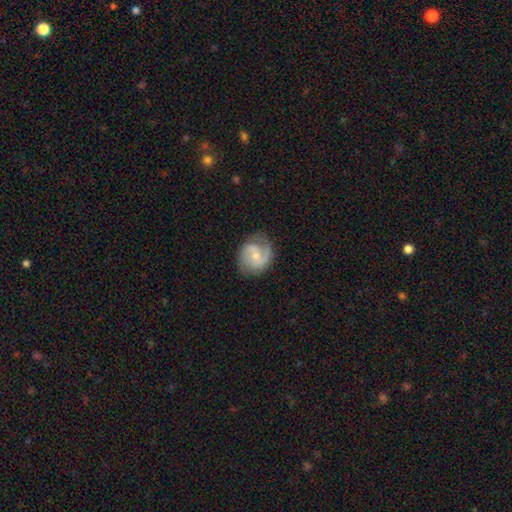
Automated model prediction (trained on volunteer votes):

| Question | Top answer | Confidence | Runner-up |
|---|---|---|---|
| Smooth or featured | featured or disk | 79% | smooth (16%) |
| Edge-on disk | no | 98% | yes (2%) |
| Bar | no | 47% | weak (44%) |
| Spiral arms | yes | 95% | no (5%) |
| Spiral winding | medium | 52% | tight (26%) |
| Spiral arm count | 2 | 79% | 1 (9%) |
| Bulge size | small | 54% | moderate (40%) |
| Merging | none | 72% | minor disturbance (19%) |